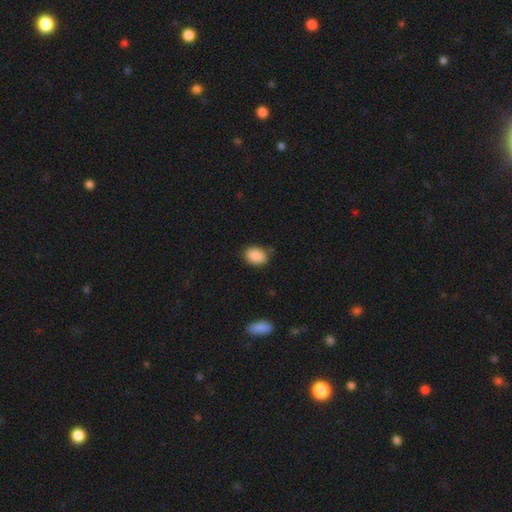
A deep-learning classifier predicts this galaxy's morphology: smooth_or_featured: smooth (p=0.88) [alt: star or artifact p=0.07]
how_rounded: in between (p=0.72) [alt: round p=0.27]
merging: none (p=0.77) [alt: minor disturbance p=0.18]